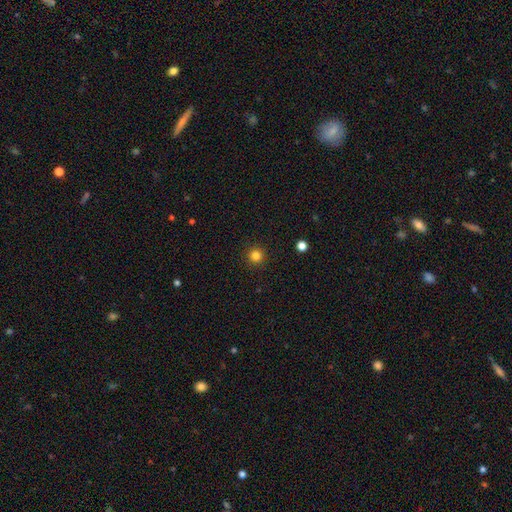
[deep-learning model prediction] A smooth galaxy with no disk features (83%) that is round (96%). Merging: none (92%).